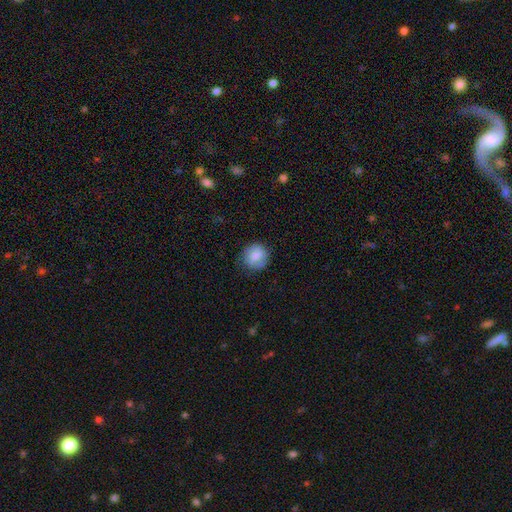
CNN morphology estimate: smooth_or_featured: smooth (p=0.70) [alt: featured or disk p=0.23]
how_rounded: round (p=0.86) [alt: in between p=0.13]
merging: none (p=0.79) [alt: minor disturbance p=0.16]